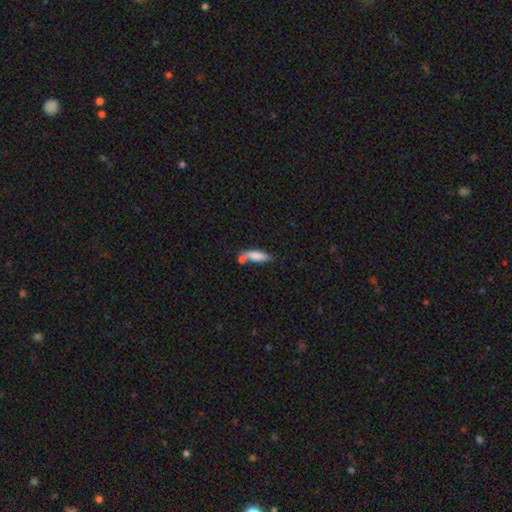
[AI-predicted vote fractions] Smooth or featured?
  - smooth: 79% *
  - featured or disk: 14%
  - star or artifact: 7%
How rounded?
  - cigar-shaped: 50% *
  - in between: 48%
  - round: 2%
Merging?
  - none: 40% *
  - merger: 37%
  - minor disturbance: 17%
  - major disturbance: 6%